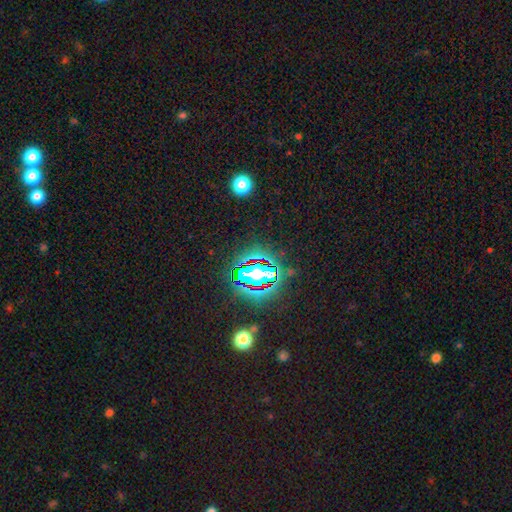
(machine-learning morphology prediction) smooth-or-featured: star or artifact: 82% | smooth: 11% | featured or disk: 7%